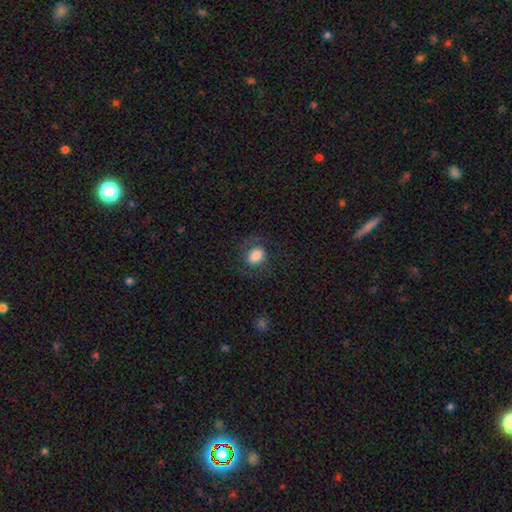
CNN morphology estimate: smooth-or-featured: smooth: 75% | featured or disk: 16% | star or artifact: 9%
  how-rounded: round: 68% | in between: 31% | cigar-shaped: 1%
  merging: none: 76% | minor disturbance: 13% | major disturbance: 10% | merger: 1%